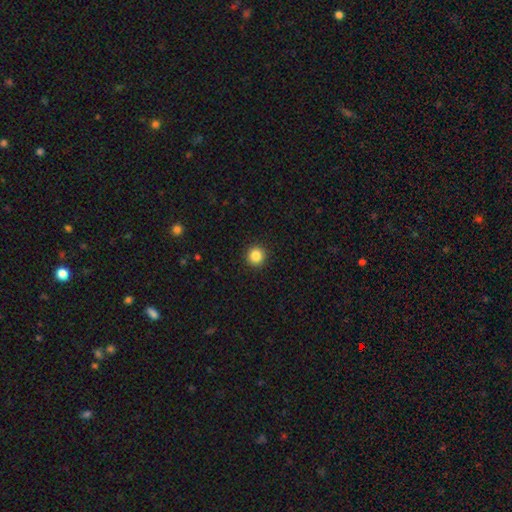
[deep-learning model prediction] Smooth or featured: smooth — 86% (star or artifact — 10%)
How rounded: round — 94% (in between — 5%)
Merging: none — 93% (minor disturbance — 4%)